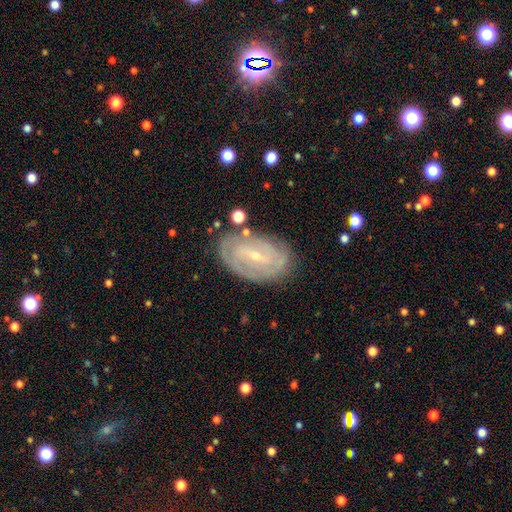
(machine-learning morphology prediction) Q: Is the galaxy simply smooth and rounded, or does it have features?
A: featured or disk — 81%.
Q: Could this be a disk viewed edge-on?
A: no — 95%.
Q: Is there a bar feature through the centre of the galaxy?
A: weak — 44%.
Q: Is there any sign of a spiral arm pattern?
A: yes — 90%.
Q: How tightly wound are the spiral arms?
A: tight — 64%.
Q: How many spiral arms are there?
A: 2 — 49%.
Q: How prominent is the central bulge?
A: small — 80%.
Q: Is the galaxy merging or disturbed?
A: none — 78%.